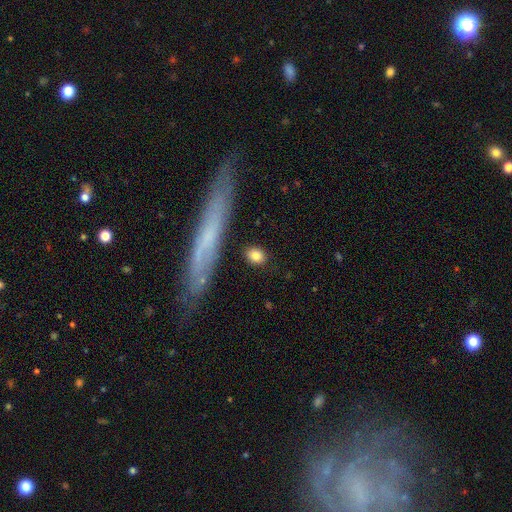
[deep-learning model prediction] smooth 82%, featured or disk 11%, star or artifact 7%. Down the decision tree: how rounded — in between (51%); merging — none (86%).